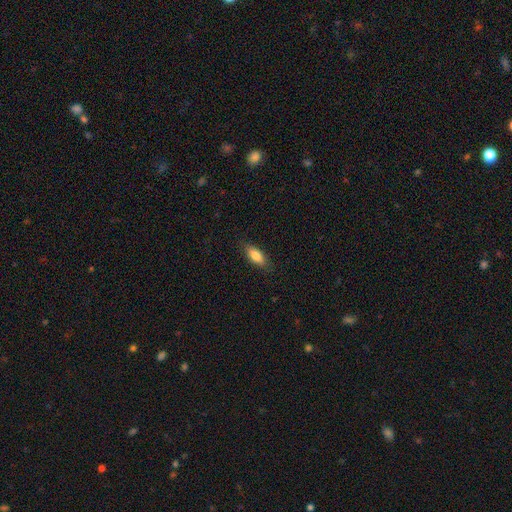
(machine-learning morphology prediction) type=smooth (82%); roundness=in between (78%); merging=none (84%).